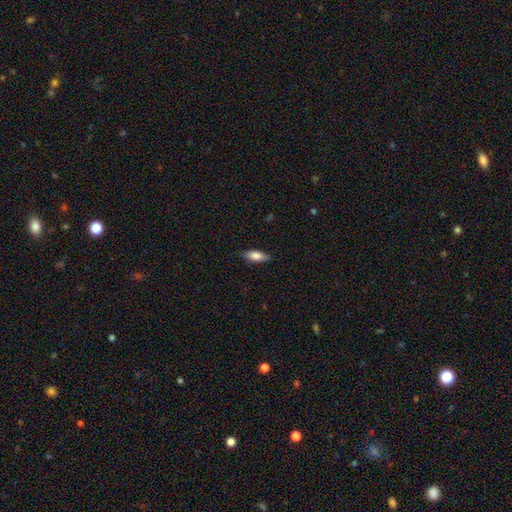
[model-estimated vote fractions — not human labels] smooth 77%, featured or disk 16%, star or artifact 7%. Down the decision tree: how rounded — in between (74%); merging — none (83%).